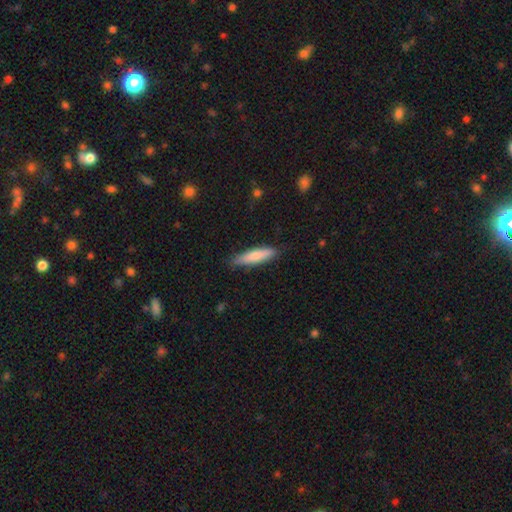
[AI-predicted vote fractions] smooth-or-featured: smooth: 75% | featured or disk: 19% | star or artifact: 6%
  how-rounded: cigar-shaped: 75% | in between: 23% | round: 2%
  merging: none: 81% | minor disturbance: 15% | major disturbance: 3% | merger: 1%